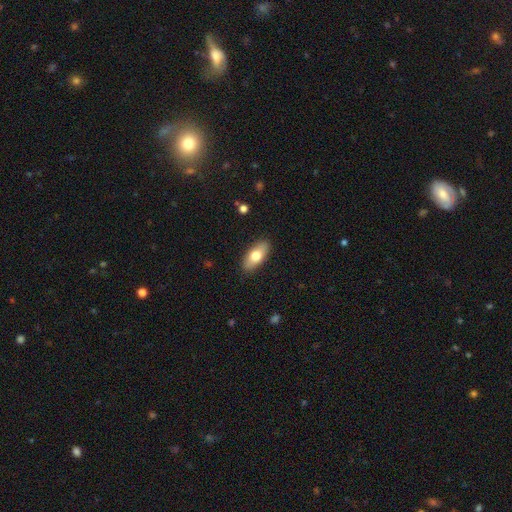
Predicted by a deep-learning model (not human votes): smooth_or_featured: smooth (p=0.74) [alt: featured or disk p=0.20]
how_rounded: in between (p=0.87) [alt: cigar-shaped p=0.09]
merging: none (p=0.88) [alt: minor disturbance p=0.09]